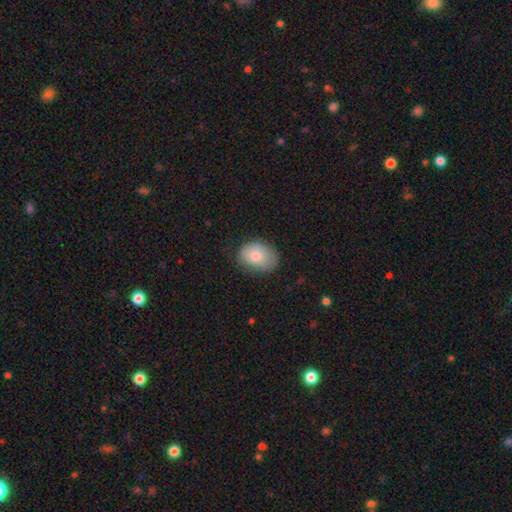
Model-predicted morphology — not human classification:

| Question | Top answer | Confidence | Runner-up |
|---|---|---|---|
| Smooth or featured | smooth | 77% | featured or disk (16%) |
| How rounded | in between | 74% | round (25%) |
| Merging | none | 64% | minor disturbance (28%) |